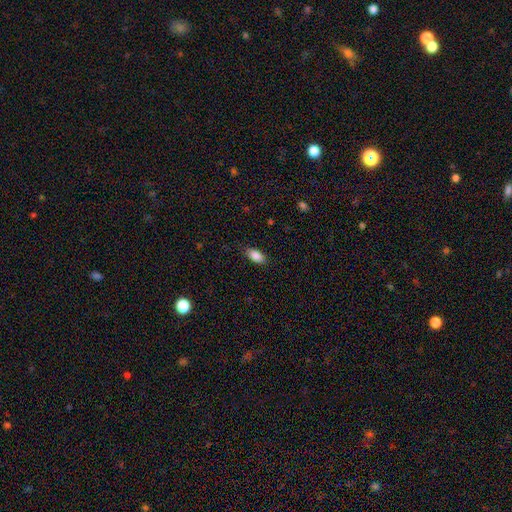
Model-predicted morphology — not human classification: smooth-or-featured: smooth: 87% | star or artifact: 8% | featured or disk: 6%
  how-rounded: in between: 89% | cigar-shaped: 7% | round: 3%
  merging: none: 84% | minor disturbance: 12% | major disturbance: 3% | merger: 1%